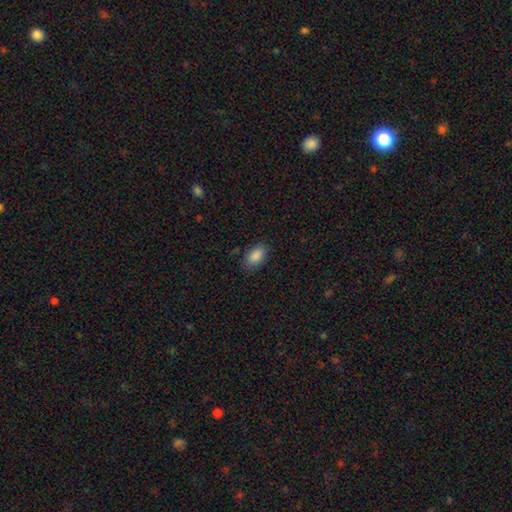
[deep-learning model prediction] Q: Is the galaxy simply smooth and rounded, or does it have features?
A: smooth — 87%.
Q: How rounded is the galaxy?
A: in between — 92%.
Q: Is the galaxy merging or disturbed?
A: none — 81%.